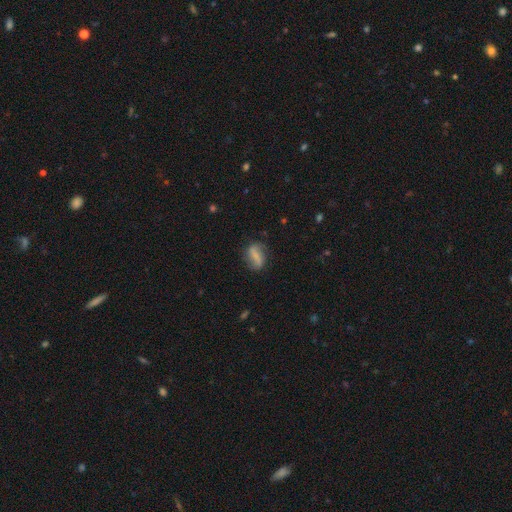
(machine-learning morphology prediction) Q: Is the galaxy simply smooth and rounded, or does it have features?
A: featured or disk — 53%.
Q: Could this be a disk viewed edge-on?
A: no — 93%.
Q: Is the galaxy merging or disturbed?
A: none — 72%.